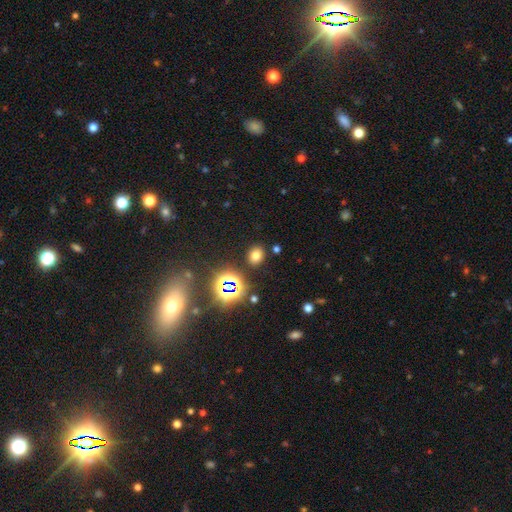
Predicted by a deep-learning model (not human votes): Smooth or featured? smooth (68%)
How rounded? round (50%)
Merging? none (86%)